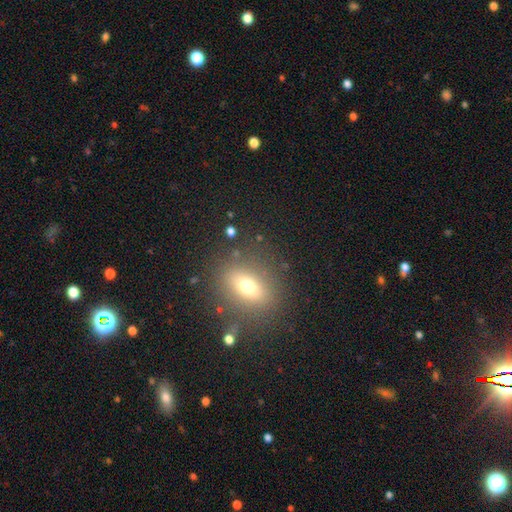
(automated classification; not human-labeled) A smooth galaxy with no disk features (52%) that is in between round and cigar-shaped (59%).

Vote fractions:
- Smooth or featured? smooth: 52% / star or artifact: 26% / featured or disk: 22%
- How rounded? in between: 59% / round: 34% / cigar-shaped: 7%
- Merging? none: 85% / minor disturbance: 9% / major disturbance: 4% / merger: 3%